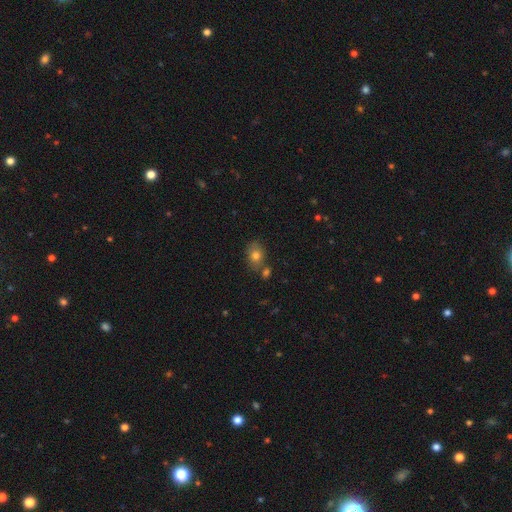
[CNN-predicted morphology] smooth_or_featured: smooth (p=0.78) [alt: featured or disk p=0.11]
how_rounded: in between (p=0.59) [alt: round p=0.39]
merging: none (p=0.68) [alt: minor disturbance p=0.14]